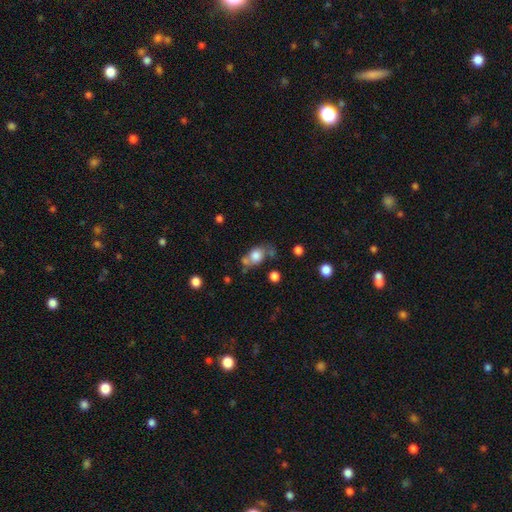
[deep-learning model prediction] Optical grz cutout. It shows a smooth galaxy with no disk features (74%) that is in between round and cigar-shaped (56%). Merging: none (49%).